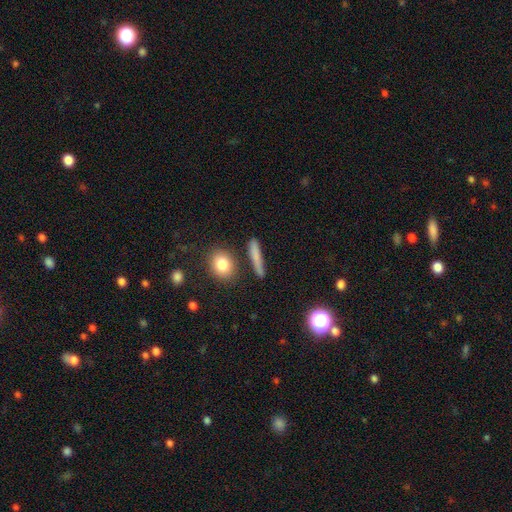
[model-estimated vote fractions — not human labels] A smooth galaxy with no disk features (74%) that is cigar-shaped (79%).

Vote fractions:
- Smooth or featured? smooth: 74% / featured or disk: 16% / star or artifact: 10%
- How rounded? cigar-shaped: 79% / in between: 13% / round: 9%
- Merging? none: 80% / minor disturbance: 12% / merger: 4% / major disturbance: 3%